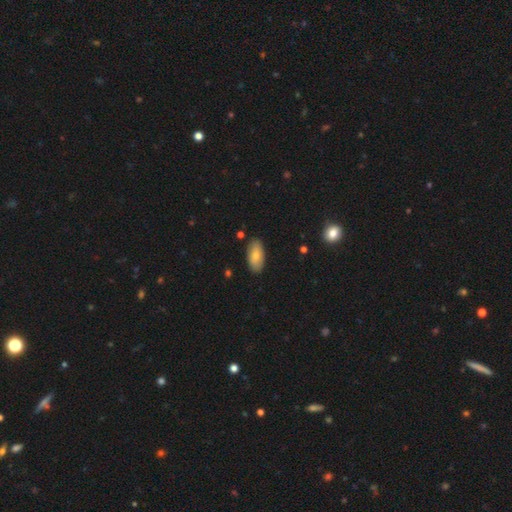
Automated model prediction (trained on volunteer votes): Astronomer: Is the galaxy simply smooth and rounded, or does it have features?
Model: smooth — 78%.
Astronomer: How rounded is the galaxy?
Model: in between — 91%.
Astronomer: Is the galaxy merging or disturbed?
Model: none — 87%.